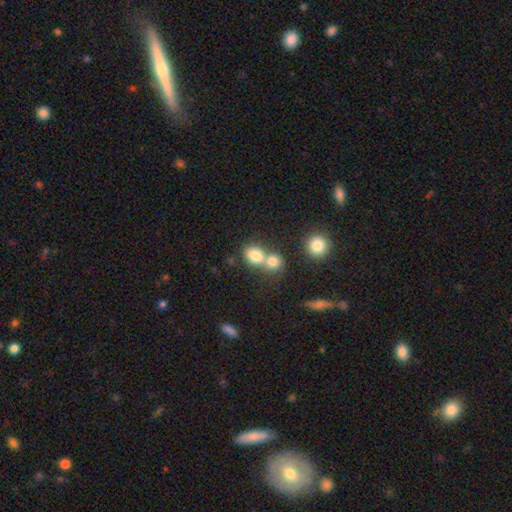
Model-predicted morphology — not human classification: Overall: smooth (80%). How rounded: in between (52%; round 47%). Merging: merger (55%; none 34%).